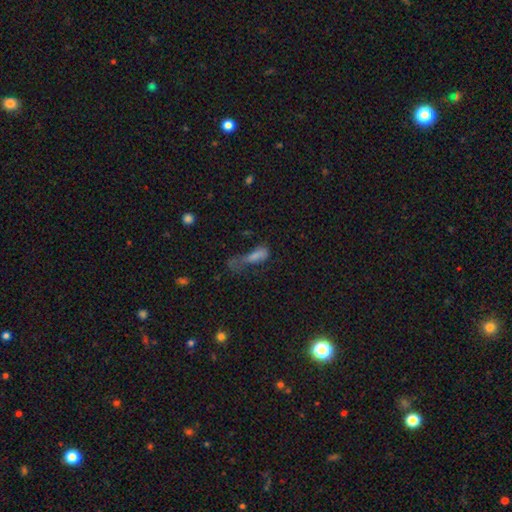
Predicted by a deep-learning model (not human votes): Overall: smooth (58%; star or artifact 22%). How rounded: in between (57%; cigar-shaped 36%). Merging: major disturbance (44%; none 24%).